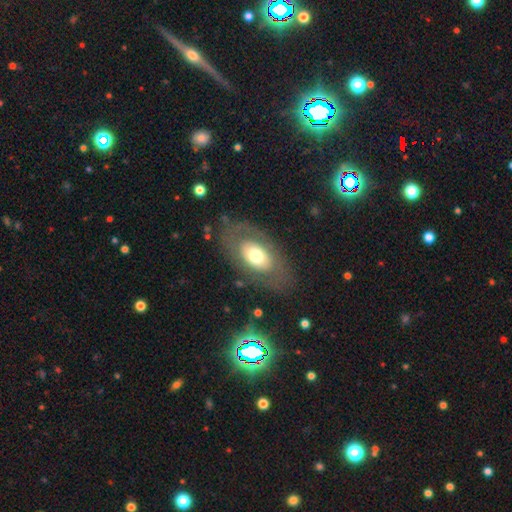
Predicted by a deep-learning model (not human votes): Smooth or featured?
  - smooth: 54% *
  - featured or disk: 39%
  - star or artifact: 7%
How rounded?
  - in between: 88% *
  - round: 10%
  - cigar-shaped: 2%
Merging?
  - none: 77% *
  - minor disturbance: 13%
  - major disturbance: 8%
  - merger: 2%